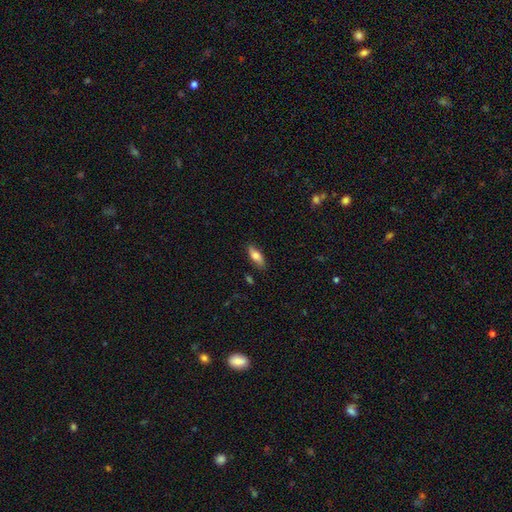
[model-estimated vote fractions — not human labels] Smooth or featured?
  - smooth: 75% *
  - featured or disk: 19%
  - star or artifact: 7%
How rounded?
  - in between: 74% *
  - cigar-shaped: 23%
  - round: 3%
Merging?
  - none: 82% *
  - minor disturbance: 13%
  - major disturbance: 2%
  - merger: 2%